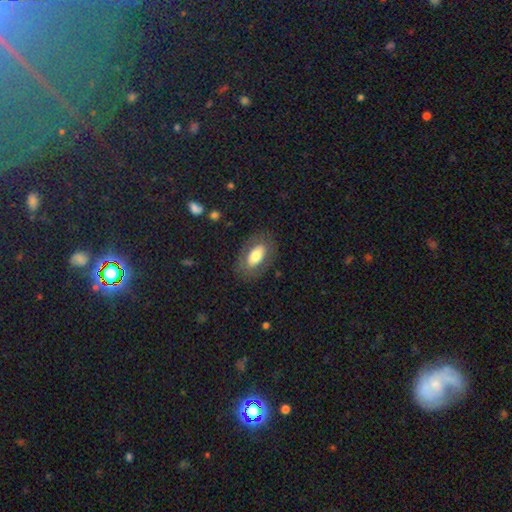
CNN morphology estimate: smooth 66%, featured or disk 28%, star or artifact 7%. Down the decision tree: how rounded — in between (91%); merging — none (80%).